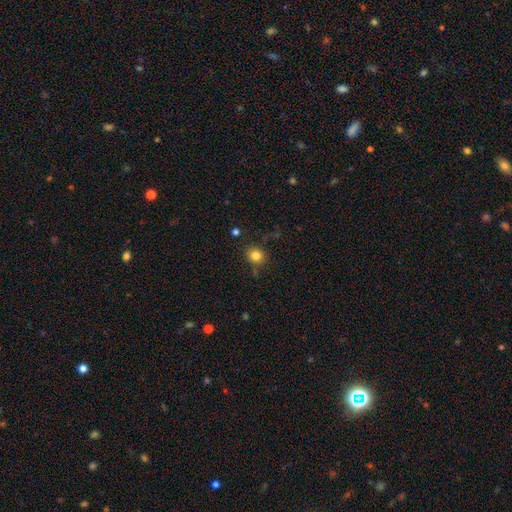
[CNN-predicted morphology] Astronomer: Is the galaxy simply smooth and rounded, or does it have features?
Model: smooth — 81%.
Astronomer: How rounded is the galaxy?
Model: round — 86%.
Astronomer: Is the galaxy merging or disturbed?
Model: none — 81%.